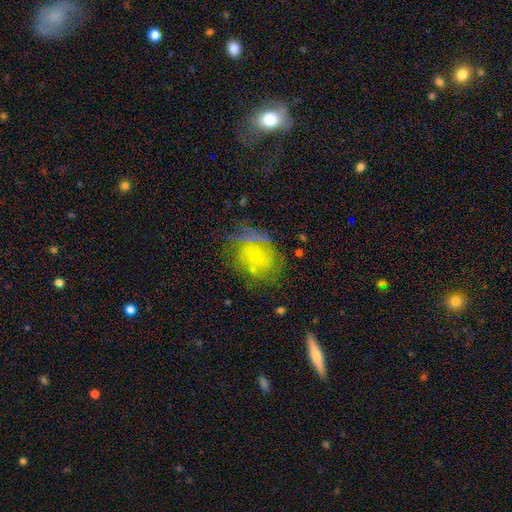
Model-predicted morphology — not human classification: Smooth or featured? Predicted: smooth (p=0.44). Merging? Predicted: none (p=0.58).